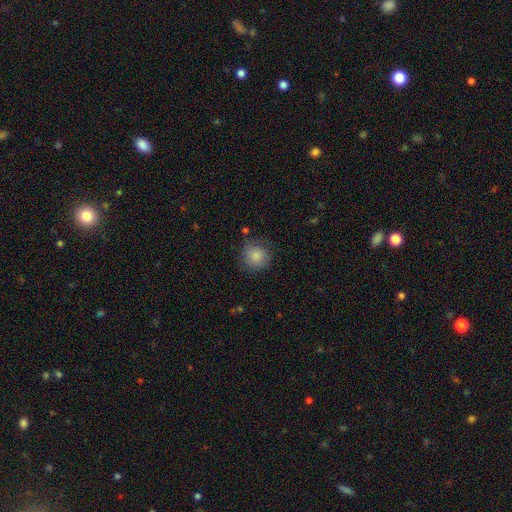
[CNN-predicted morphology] A smooth galaxy with no disk features (82%) that is round (89%).

Vote fractions:
- Smooth or featured? smooth: 82% / featured or disk: 10% / star or artifact: 8%
- How rounded? round: 89% / in between: 10% / cigar-shaped: 1%
- Merging? none: 72% / minor disturbance: 20% / major disturbance: 6% / merger: 2%